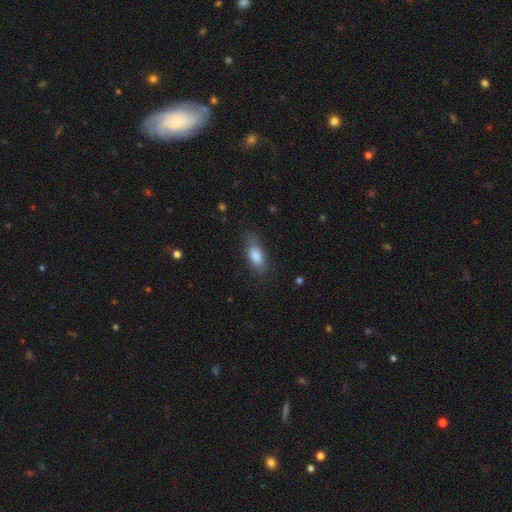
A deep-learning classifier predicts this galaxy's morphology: Smooth or featured: smooth — 84% (featured or disk — 10%)
How rounded: in between — 79% (cigar-shaped — 19%)
Merging: none — 75% (minor disturbance — 18%)